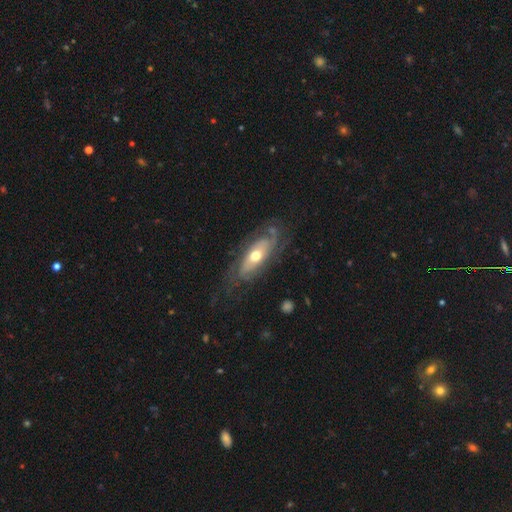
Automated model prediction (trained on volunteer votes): This appears to be a featured or disk galaxy (73%) with no bar (75%), spiral arms (79%) and a moderate central bulge (72%). Merging: none (65%).